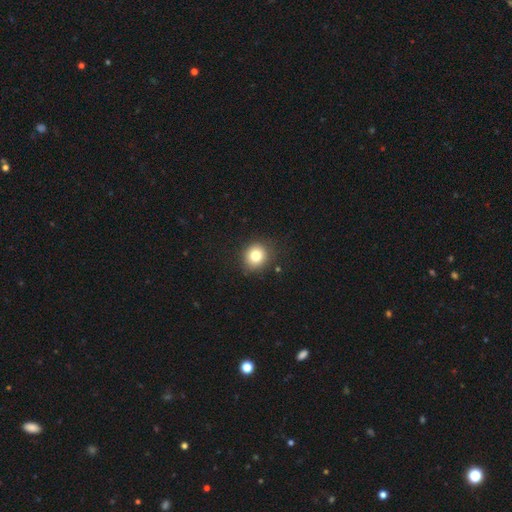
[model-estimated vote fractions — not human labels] A smooth galaxy with no disk features (81%) that is round (85%).

Vote fractions:
- Smooth or featured? smooth: 81% / star or artifact: 11% / featured or disk: 8%
- How rounded? round: 85% / in between: 14% / cigar-shaped: 1%
- Merging? none: 88% / minor disturbance: 8% / major disturbance: 2% / merger: 1%